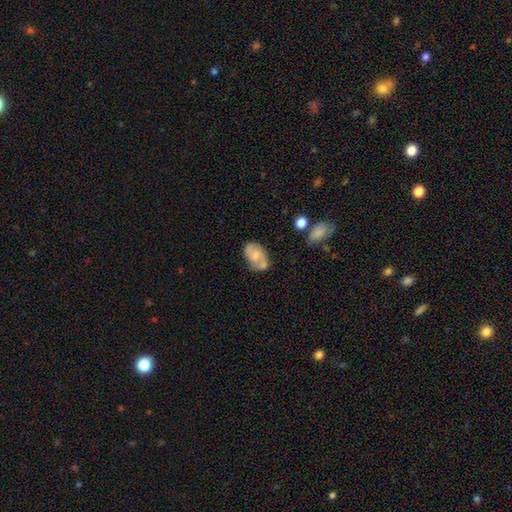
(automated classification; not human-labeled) Smooth or featured: featured or disk — 48% (smooth — 44%)
Merging: none — 52% (minor disturbance — 24%)